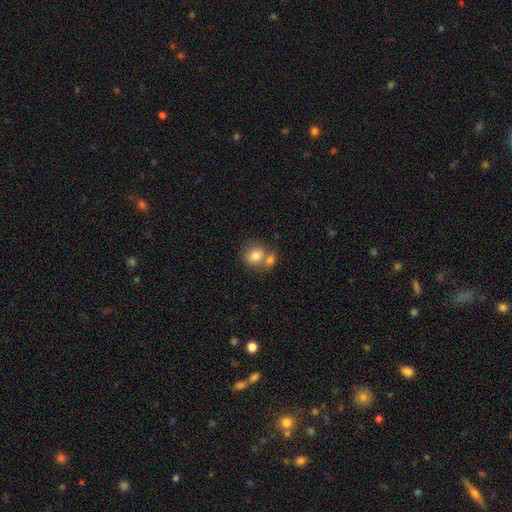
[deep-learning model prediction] Smooth or featured? Predicted: smooth (p=0.79). How rounded? Predicted: round (p=0.74). Merging? Predicted: merger (p=0.47).